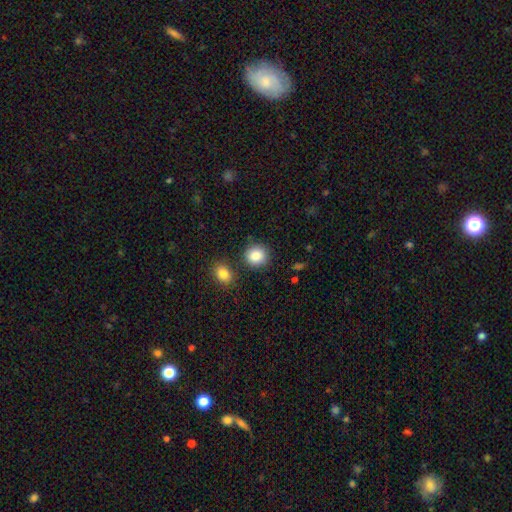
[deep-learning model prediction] This is clearly a smooth galaxy (87%). How rounded: clearly round (85%). Merging: clearly none (82%).